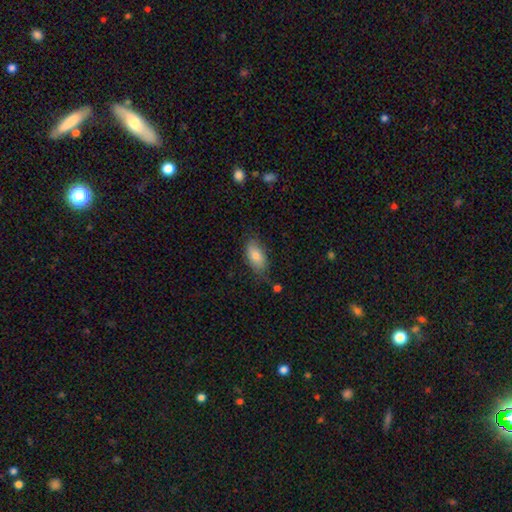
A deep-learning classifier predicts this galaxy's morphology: A smooth galaxy with no disk features (79%) that is in between round and cigar-shaped (92%).

Vote fractions:
- Smooth or featured? smooth: 79% / featured or disk: 14% / star or artifact: 7%
- How rounded? in between: 92% / cigar-shaped: 4% / round: 4%
- Merging? none: 71% / minor disturbance: 23% / major disturbance: 4% / merger: 2%